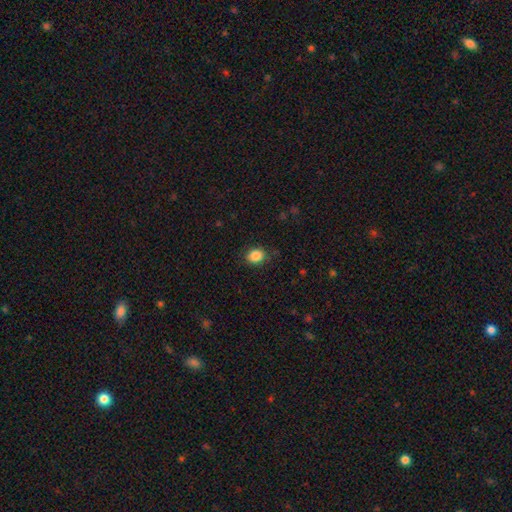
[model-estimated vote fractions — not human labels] The model was most divided on "how rounded": round: 53%, in between: 46%, cigar-shaped: 1%. More confident: smooth or featured — smooth (87%); merging — none (83%).